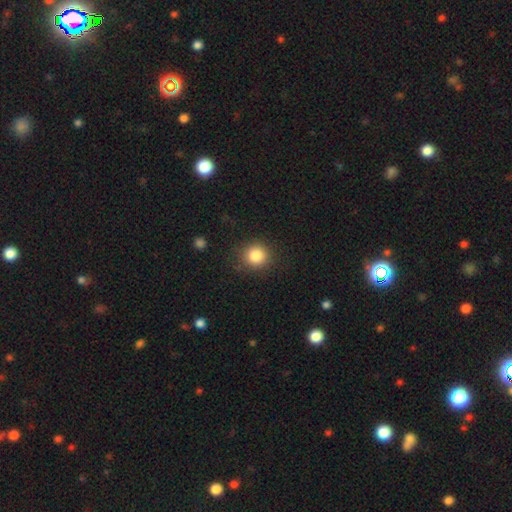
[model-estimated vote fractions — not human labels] smooth 84%, star or artifact 11%, featured or disk 6%. Down the decision tree: how rounded — round (89%); merging — none (84%).